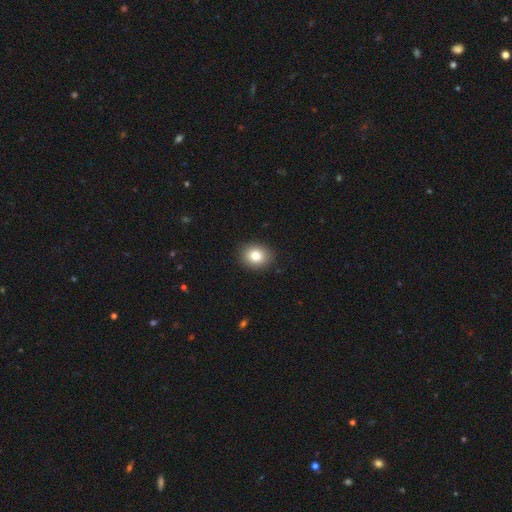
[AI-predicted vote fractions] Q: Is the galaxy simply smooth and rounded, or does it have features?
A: smooth — 82%.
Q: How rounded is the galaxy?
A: round — 57%.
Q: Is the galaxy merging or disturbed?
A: none — 90%.